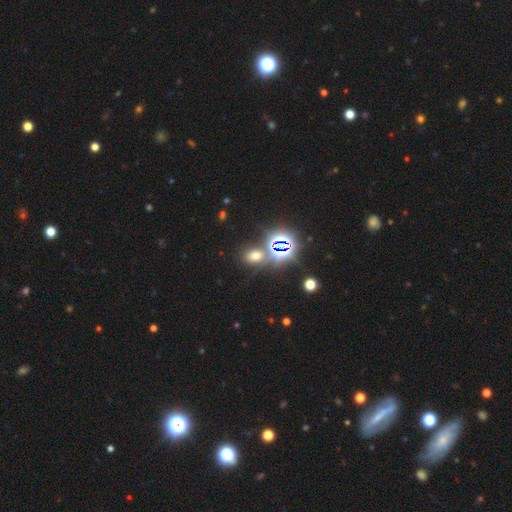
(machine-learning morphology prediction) smooth_or_featured: smooth (p=0.50) [alt: star or artifact p=0.42]
how_rounded: in between (p=0.66) [alt: round p=0.32]
merging: none (p=0.72) [alt: merger p=0.12]